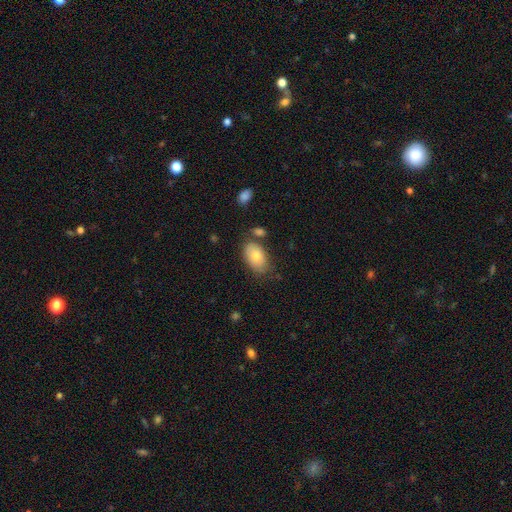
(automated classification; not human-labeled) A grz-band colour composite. It shows a smooth galaxy with no disk features (78%) that is in between round and cigar-shaped (92%). Merging: none (70%).